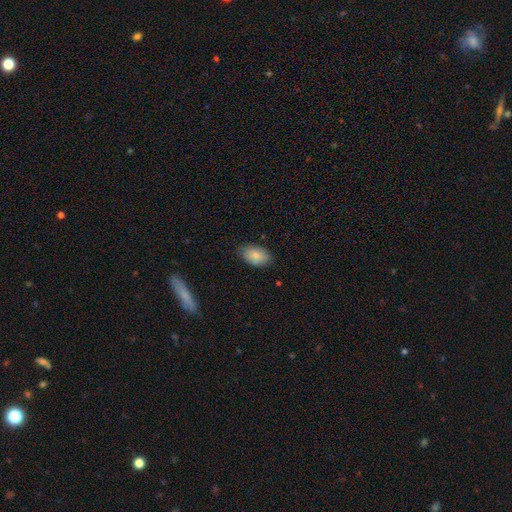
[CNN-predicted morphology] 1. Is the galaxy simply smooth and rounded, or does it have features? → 84% smooth, 9% featured or disk, 7% star or artifact.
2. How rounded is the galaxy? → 91% in between, 7% round, 1% cigar-shaped.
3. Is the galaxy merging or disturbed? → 83% none, 14% minor disturbance, 3% major disturbance, 1% merger.